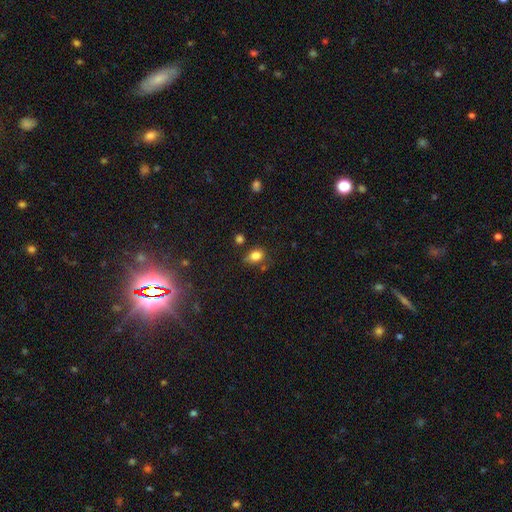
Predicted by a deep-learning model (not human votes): Morphology: type=smooth (82%); roundness=in between (57%); merging=none (65%).